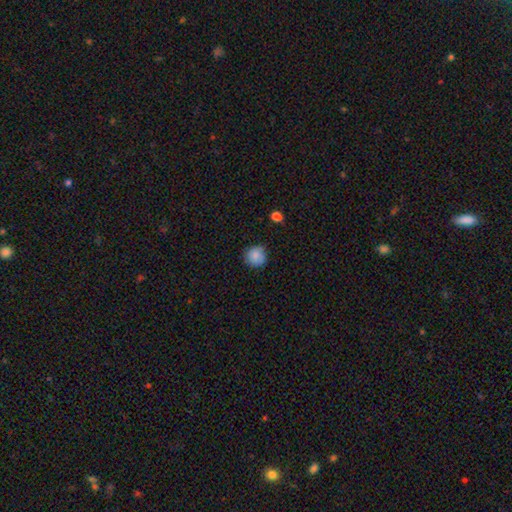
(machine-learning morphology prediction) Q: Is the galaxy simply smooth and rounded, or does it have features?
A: smooth — 86%.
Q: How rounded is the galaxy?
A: round — 92%.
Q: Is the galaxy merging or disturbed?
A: none — 82%.